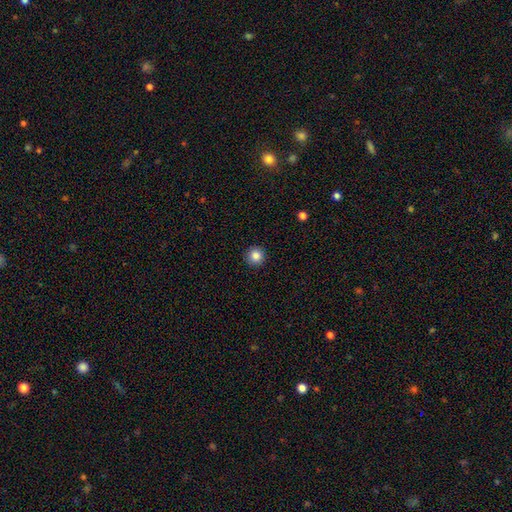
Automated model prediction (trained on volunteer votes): smooth 85%, star or artifact 10%, featured or disk 5%. Down the decision tree: how rounded — round (95%); merging — none (92%).